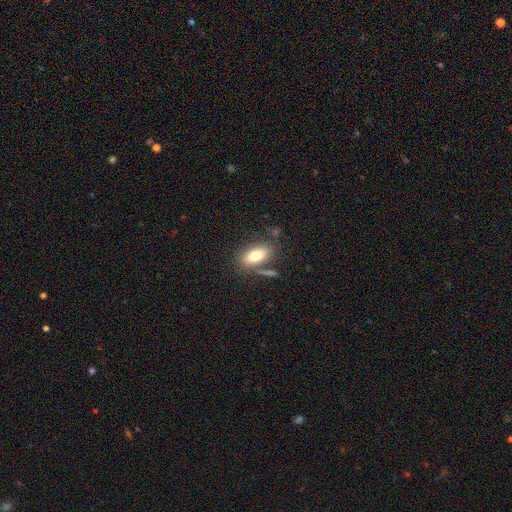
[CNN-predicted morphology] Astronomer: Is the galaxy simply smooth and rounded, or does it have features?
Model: smooth — 75%.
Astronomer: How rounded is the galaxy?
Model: in between — 87%.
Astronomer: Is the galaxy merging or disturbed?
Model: none — 68%.